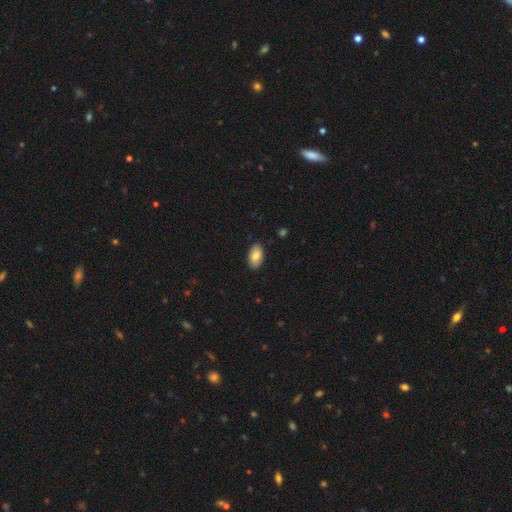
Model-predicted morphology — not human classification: smooth 80%, featured or disk 14%, star or artifact 7%. Down the decision tree: how rounded — in between (94%); merging — none (87%).